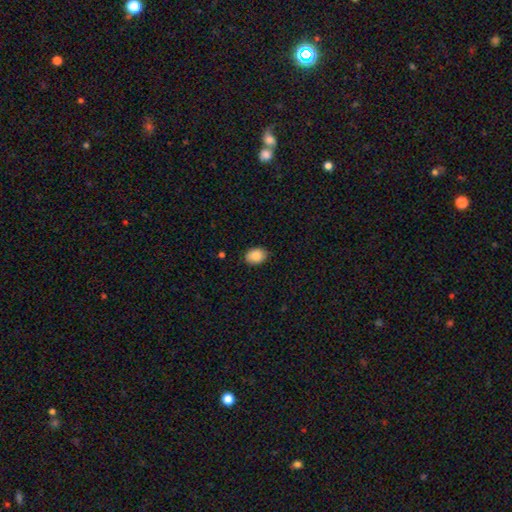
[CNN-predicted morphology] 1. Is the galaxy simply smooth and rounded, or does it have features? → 88% smooth, 7% star or artifact, 5% featured or disk.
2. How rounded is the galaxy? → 73% in between, 26% round, 1% cigar-shaped.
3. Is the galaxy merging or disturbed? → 84% none, 12% minor disturbance, 2% major disturbance, 1% merger.